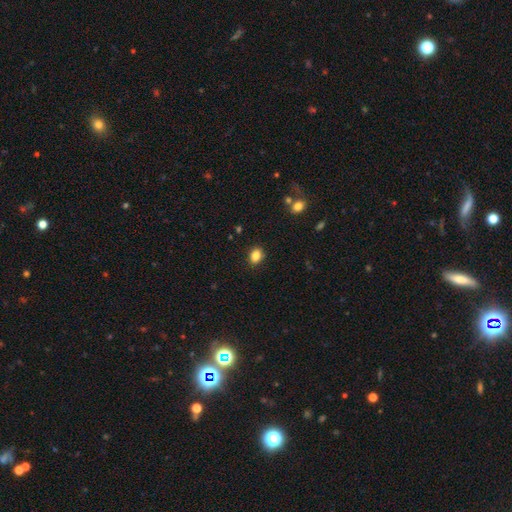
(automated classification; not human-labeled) smooth_or_featured: smooth (p=0.85) [alt: star or artifact p=0.10]
how_rounded: in between (p=0.65) [alt: round p=0.34]
merging: none (p=0.87) [alt: minor disturbance p=0.09]